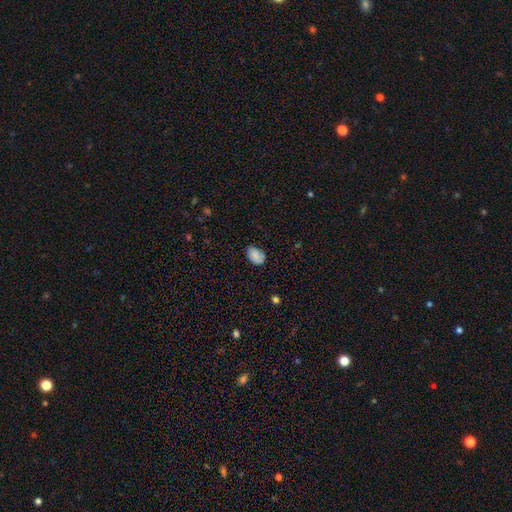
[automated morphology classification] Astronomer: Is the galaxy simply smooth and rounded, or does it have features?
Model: smooth — 79%.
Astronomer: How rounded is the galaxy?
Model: in between — 85%.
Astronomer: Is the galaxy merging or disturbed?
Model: none — 72%.